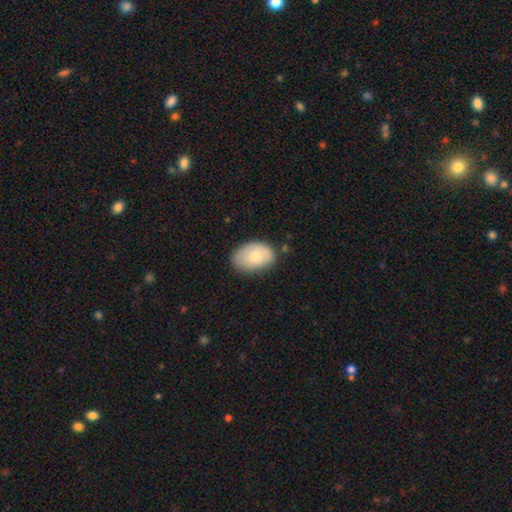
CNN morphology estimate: Smooth or featured?
  - smooth: 72% *
  - featured or disk: 22%
  - star or artifact: 6%
How rounded?
  - in between: 84% *
  - round: 15%
  - cigar-shaped: 1%
Merging?
  - none: 73% *
  - minor disturbance: 21%
  - major disturbance: 4%
  - merger: 2%